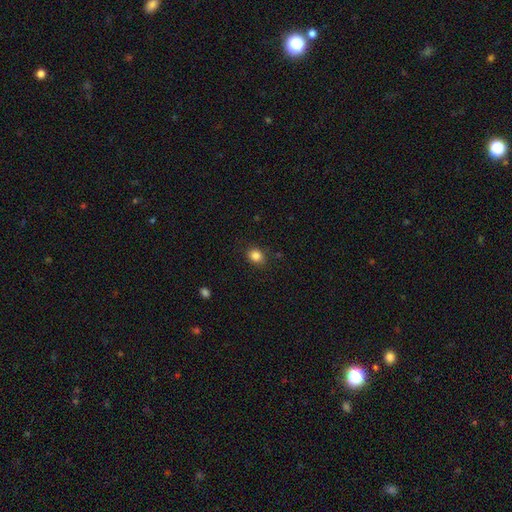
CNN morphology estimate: Smooth or featured: smooth — 85% (star or artifact — 10%)
How rounded: round — 55% (in between — 44%)
Merging: none — 85% (minor disturbance — 11%)